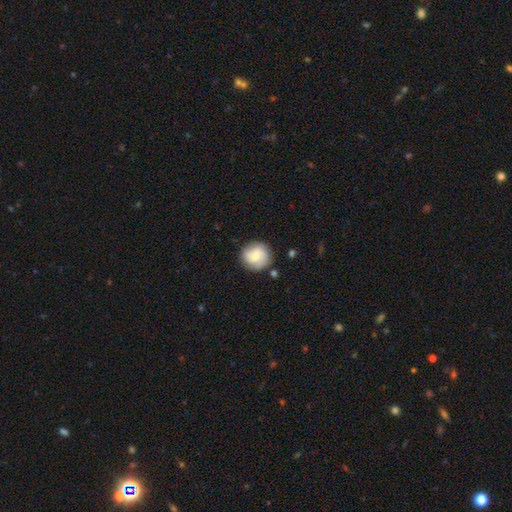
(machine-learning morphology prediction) Q: Smooth or featured?
A: smooth (62%); runner-up: featured or disk (31%)
Q: How rounded?
A: round (91%); runner-up: in between (8%)
Q: Merging?
A: none (80%); runner-up: minor disturbance (13%)